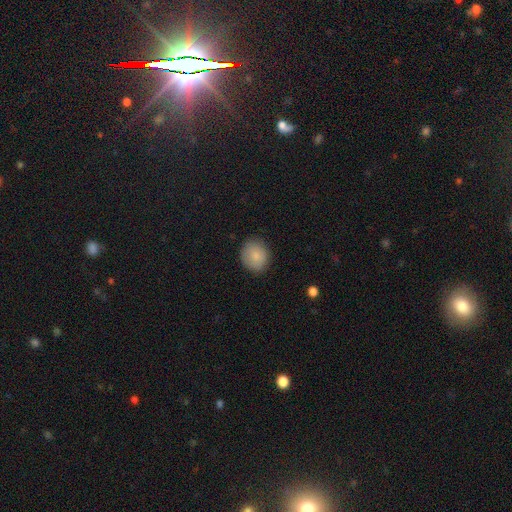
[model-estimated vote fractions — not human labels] Smooth or featured: smooth — 85% (star or artifact — 8%)
How rounded: round — 75% (in between — 24%)
Merging: none — 84% (minor disturbance — 12%)